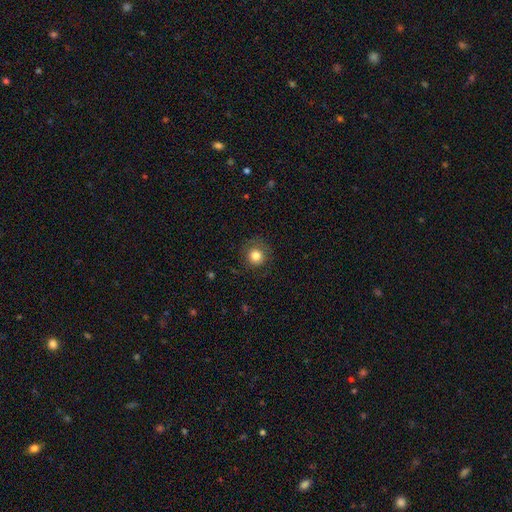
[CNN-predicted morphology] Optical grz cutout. It shows a smooth galaxy with no disk features (81%) that is round (93%). Merging: none (83%).